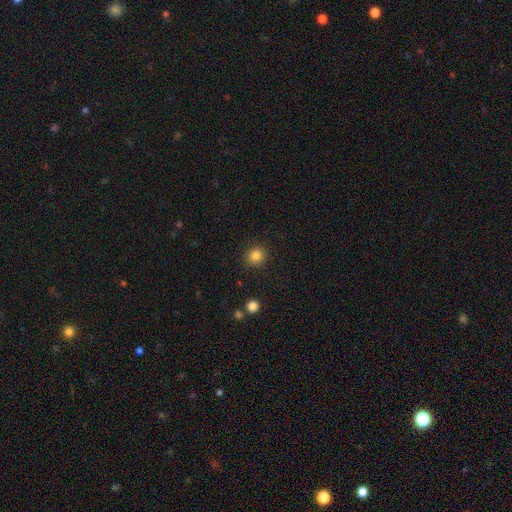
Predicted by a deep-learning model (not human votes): Smooth or featured? smooth (84%)
How rounded? round (90%)
Merging? none (91%)